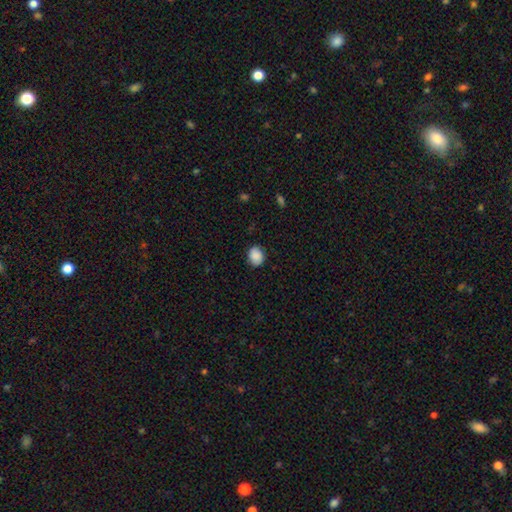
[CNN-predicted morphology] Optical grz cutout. It shows a smooth galaxy with no disk features (89%) that is in between round and cigar-shaped (50%). Merging: none (85%).